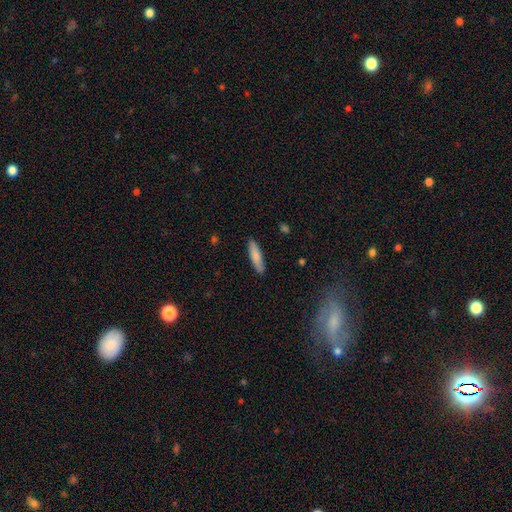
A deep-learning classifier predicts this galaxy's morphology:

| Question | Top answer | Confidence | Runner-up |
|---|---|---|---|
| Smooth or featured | smooth | 81% | featured or disk (13%) |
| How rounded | cigar-shaped | 73% | in between (25%) |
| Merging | none | 89% | minor disturbance (9%) |